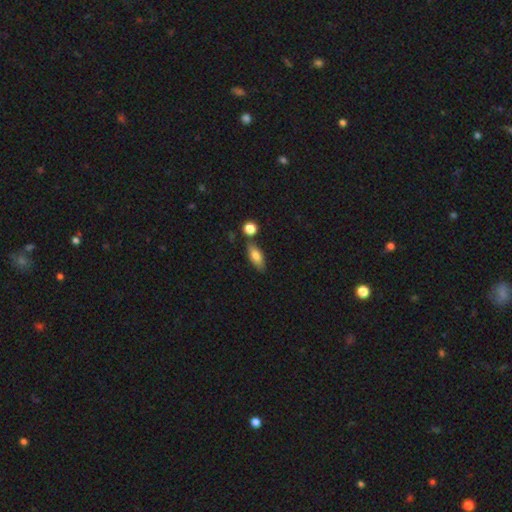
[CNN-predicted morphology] smooth_or_featured: smooth (p=0.77) [alt: featured or disk p=0.16]
how_rounded: in between (p=0.80) [alt: cigar-shaped p=0.16]
merging: none (p=0.75) [alt: minor disturbance p=0.13]